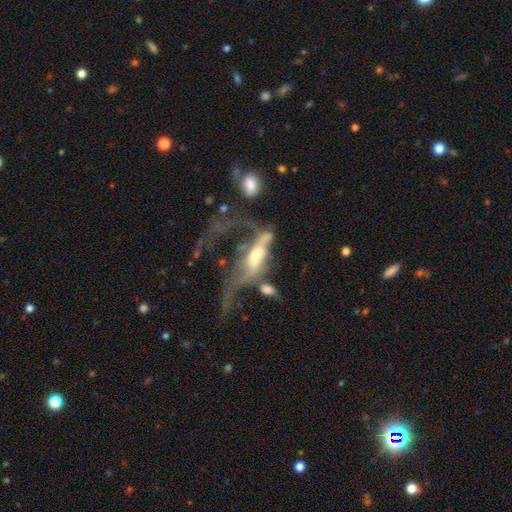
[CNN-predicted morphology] featured or disk 67%, smooth 23%, star or artifact 10%. Down the decision tree: edge-on disk — no (75%); bar — no (51%); spiral arms — no (52%); bulge size — moderate (49%); merging — major disturbance (47%).